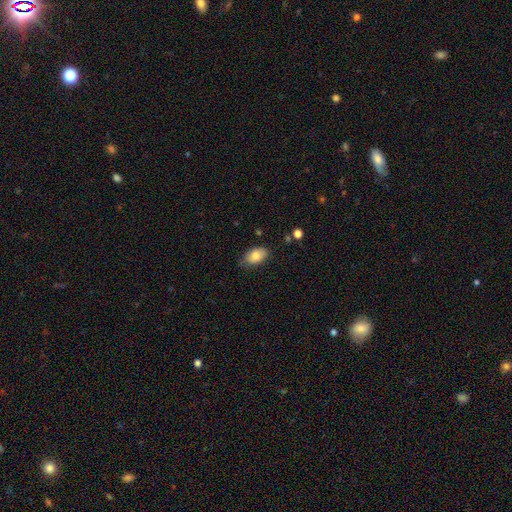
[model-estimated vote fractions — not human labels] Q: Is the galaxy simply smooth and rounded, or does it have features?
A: smooth — 80%.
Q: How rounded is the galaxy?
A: in between — 91%.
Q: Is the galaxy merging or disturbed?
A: none — 70%.